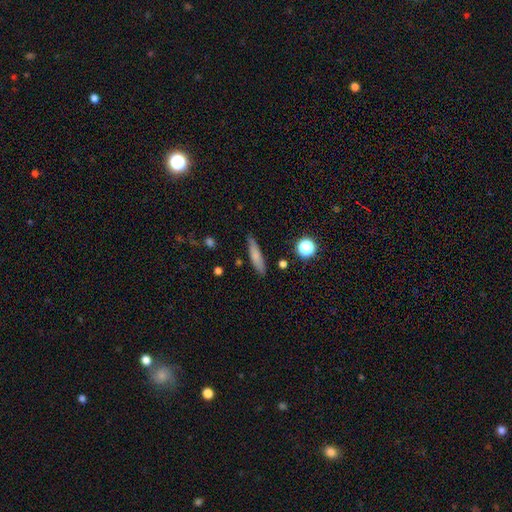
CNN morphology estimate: smooth-or-featured: smooth: 72% | featured or disk: 19% | star or artifact: 9%
  how-rounded: cigar-shaped: 80% | in between: 17% | round: 3%
  merging: none: 83% | minor disturbance: 12% | major disturbance: 3% | merger: 2%